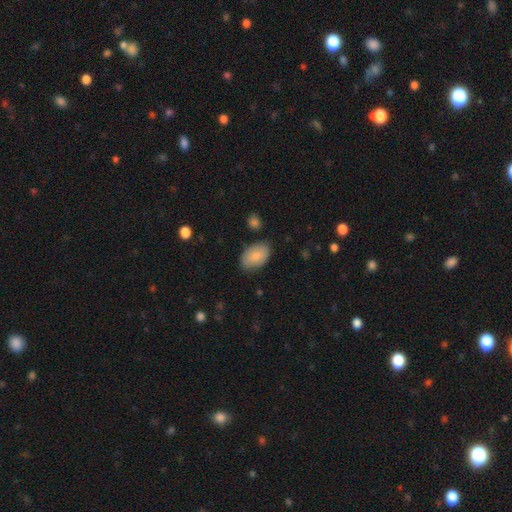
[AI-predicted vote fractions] A smooth galaxy with no disk features (83%) that is in between round and cigar-shaped (92%).

Vote fractions:
- Smooth or featured? smooth: 83% / featured or disk: 11% / star or artifact: 6%
- How rounded? in between: 92% / round: 7% / cigar-shaped: 1%
- Merging? none: 79% / minor disturbance: 16% / major disturbance: 3% / merger: 2%